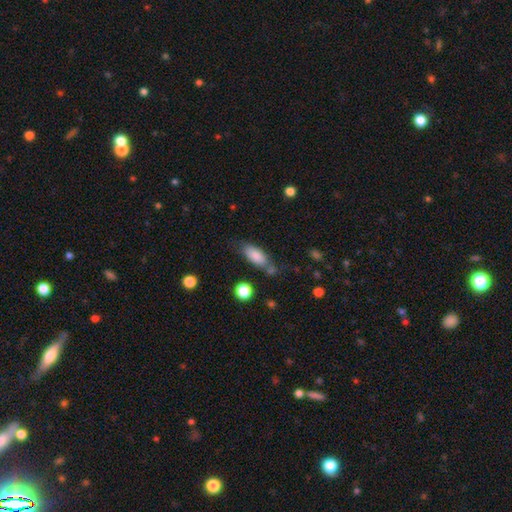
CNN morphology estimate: Smooth or featured: smooth — 83% (featured or disk — 10%)
How rounded: in between — 76% (cigar-shaped — 21%)
Merging: none — 58% (minor disturbance — 22%)